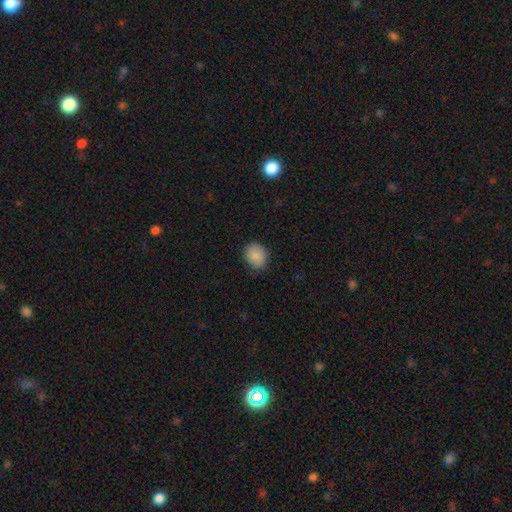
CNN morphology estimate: Overall: smooth (88%). How rounded: round (57%; in between 42%). Merging: none (83%).